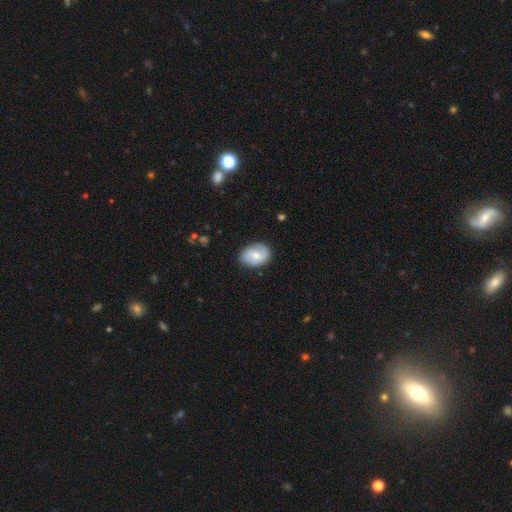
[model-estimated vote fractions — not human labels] Smooth or featured?
  - smooth: 57% *
  - featured or disk: 37%
  - star or artifact: 6%
How rounded?
  - in between: 75% *
  - round: 24%
  - cigar-shaped: 1%
Merging?
  - none: 79% *
  - minor disturbance: 16%
  - major disturbance: 3%
  - merger: 1%